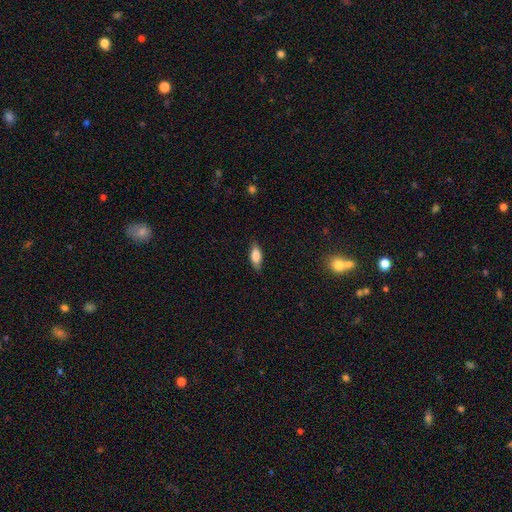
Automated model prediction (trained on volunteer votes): smooth_or_featured: smooth (p=0.79) [alt: featured or disk p=0.14]
how_rounded: in between (p=0.77) [alt: cigar-shaped p=0.20]
merging: none (p=0.80) [alt: minor disturbance p=0.16]